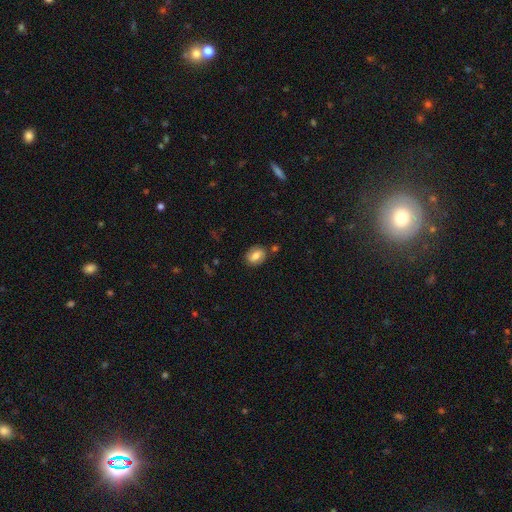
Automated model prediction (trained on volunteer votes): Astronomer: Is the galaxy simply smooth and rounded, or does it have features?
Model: smooth — 69%.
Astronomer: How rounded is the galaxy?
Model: in between — 65%.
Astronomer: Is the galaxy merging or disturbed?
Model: none — 77%.